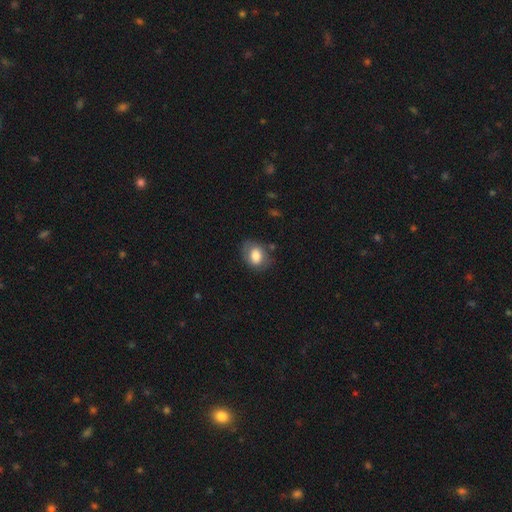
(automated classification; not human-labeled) Smooth or featured?
  - smooth: 75% *
  - featured or disk: 17%
  - star or artifact: 8%
How rounded?
  - in between: 59% *
  - round: 40%
  - cigar-shaped: 1%
Merging?
  - none: 65% *
  - minor disturbance: 24%
  - major disturbance: 8%
  - merger: 3%